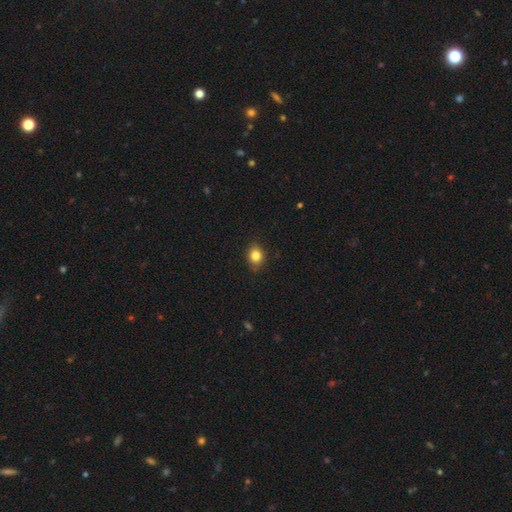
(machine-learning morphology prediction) This appears to be a smooth galaxy with no disk features (83%) that is round (58%). Merging: none (84%).